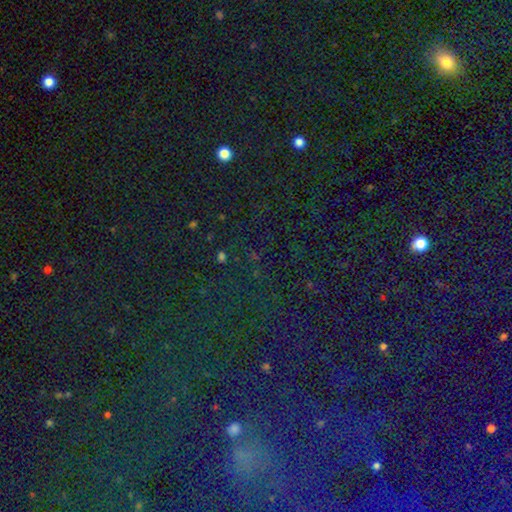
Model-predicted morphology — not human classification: Smooth or featured: star or artifact — 81% (smooth — 10%)